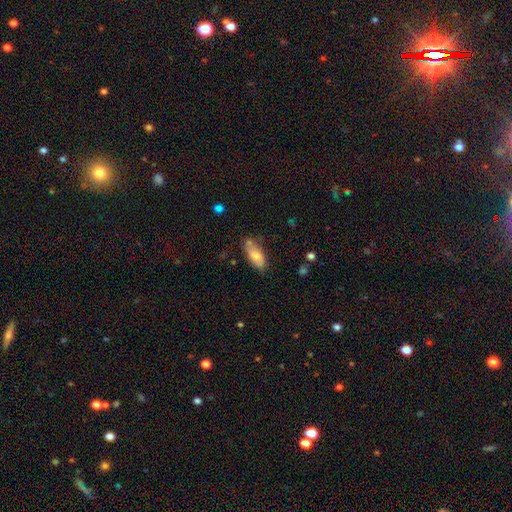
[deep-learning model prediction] Q: Smooth or featured?
A: smooth (65%); runner-up: featured or disk (27%)
Q: How rounded?
A: in between (82%); runner-up: cigar-shaped (15%)
Q: Merging?
A: none (66%); runner-up: minor disturbance (23%)